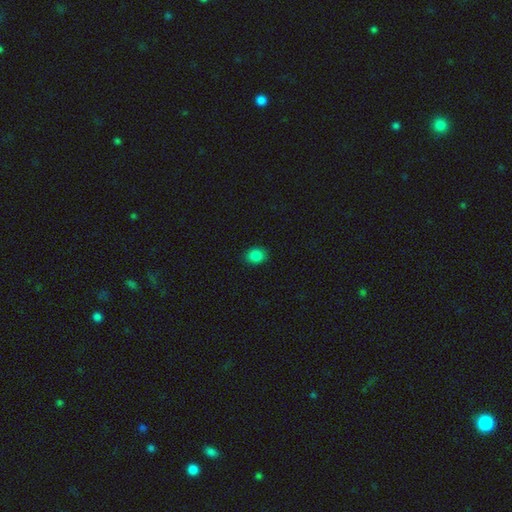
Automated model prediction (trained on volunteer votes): A smooth galaxy with no disk features (85%) that is round (58%).

Vote fractions:
- Smooth or featured? smooth: 85% / star or artifact: 12% / featured or disk: 3%
- How rounded? round: 58% / in between: 41% / cigar-shaped: 1%
- Merging? none: 89% / minor disturbance: 8% / major disturbance: 2% / merger: 1%